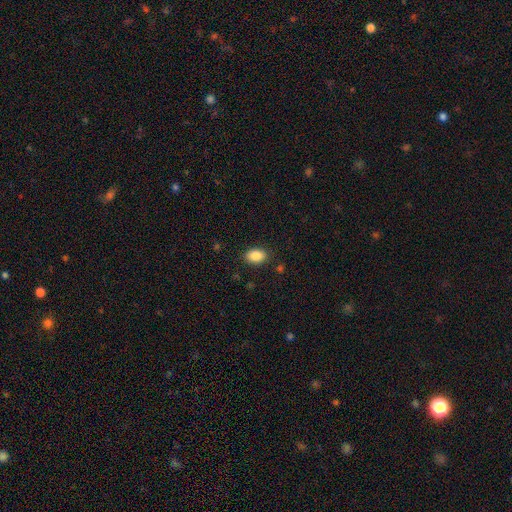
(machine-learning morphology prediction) This is clearly a smooth galaxy (88%). How rounded: clearly in between (85%). Merging: clearly none (86%).